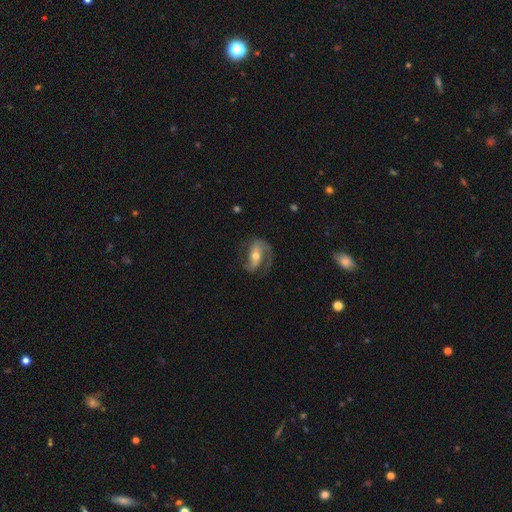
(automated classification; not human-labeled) Smooth or featured: featured or disk — 80% (smooth — 14%)
Edge-on disk: no — 96% (yes — 4%)
Bar: strong — 39% (weak — 34%)
Spiral arms: yes — 93% (no — 7%)
Spiral winding: medium — 48% (loose — 31%)
Spiral arm count: 2 — 75% (1 — 17%)
Bulge size: moderate — 63% (small — 29%)
Merging: none — 65% (minor disturbance — 18%)